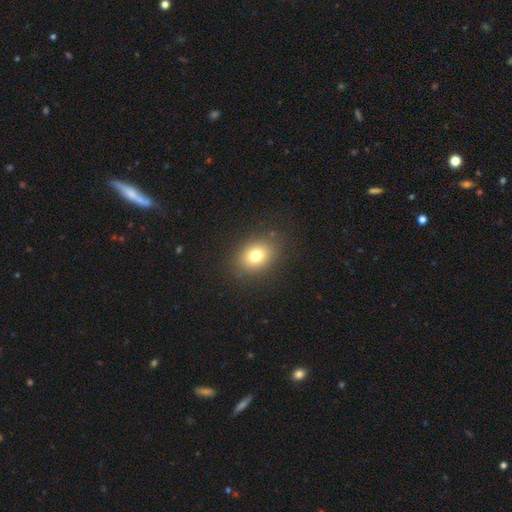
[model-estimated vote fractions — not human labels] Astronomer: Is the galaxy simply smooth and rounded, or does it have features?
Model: smooth — 76%.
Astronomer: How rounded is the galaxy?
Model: in between — 53% (runner-up: round, 46%).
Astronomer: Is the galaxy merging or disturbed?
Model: none — 86%.